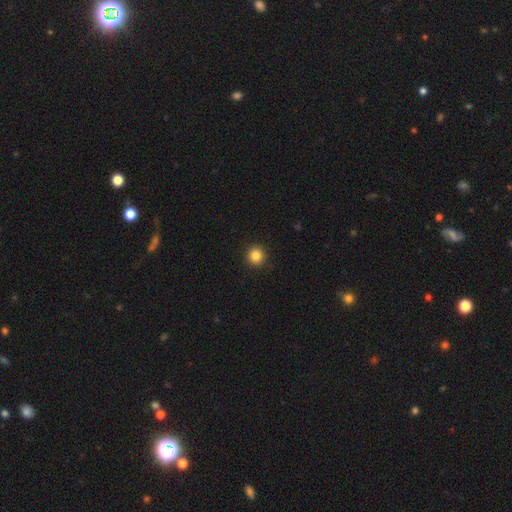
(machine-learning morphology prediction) This appears to be a smooth galaxy with no disk features (85%) that is round (95%). Merging: none (93%).